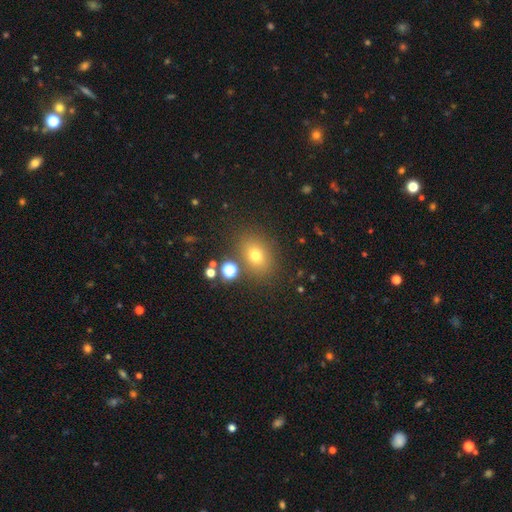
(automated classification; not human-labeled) smooth_or_featured: smooth (p=0.71) [alt: star or artifact p=0.18]
how_rounded: in between (p=0.56) [alt: round p=0.42]
merging: none (p=0.79) [alt: minor disturbance p=0.10]